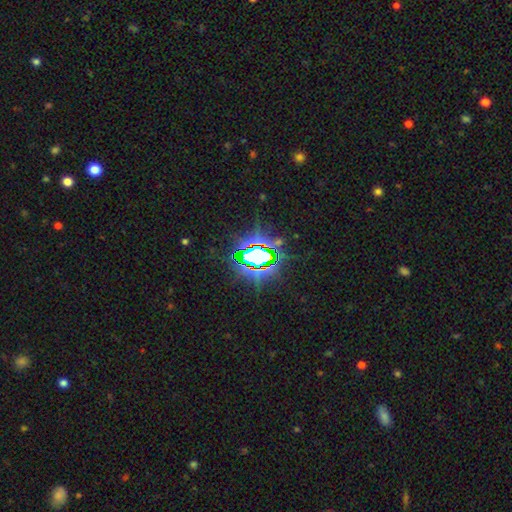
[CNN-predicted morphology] Smooth or featured: star or artifact — 78% (smooth — 12%)